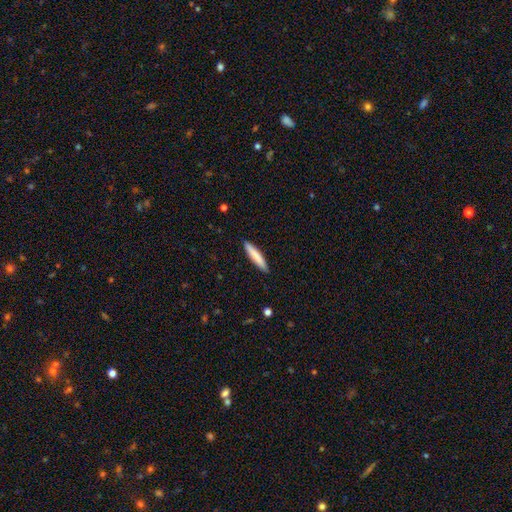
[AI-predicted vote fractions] smooth_or_featured: smooth (p=0.82) [alt: featured or disk p=0.12]
how_rounded: cigar-shaped (p=0.89) [alt: in between p=0.09]
merging: none (p=0.90) [alt: minor disturbance p=0.08]